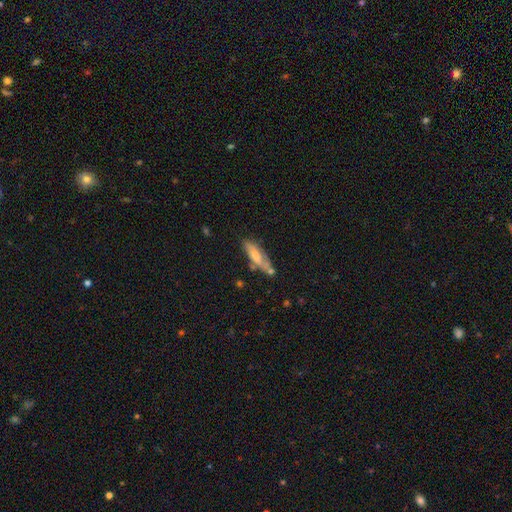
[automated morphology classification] Smooth or featured: smooth — 59% (featured or disk — 34%)
How rounded: cigar-shaped — 53% (in between — 45%)
Merging: none — 56% (minor disturbance — 25%)